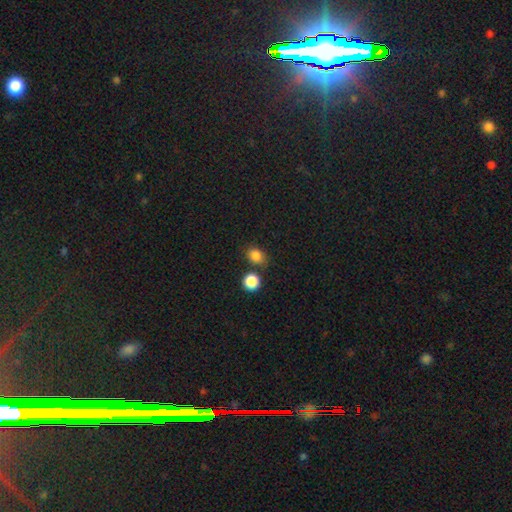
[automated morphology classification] This appears to be a smooth galaxy with no disk features (84%) that is in between round and cigar-shaped (50%). Merging: none (70%).